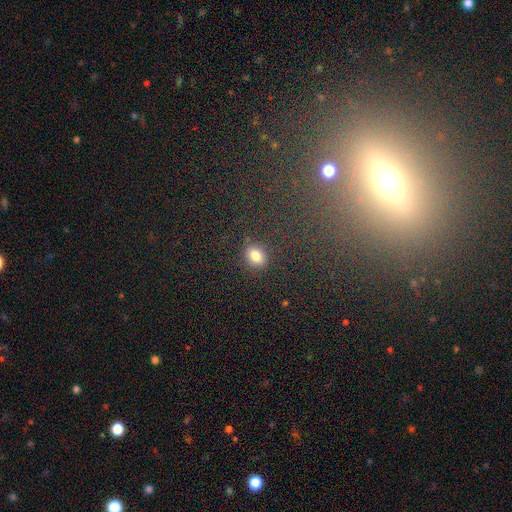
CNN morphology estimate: This appears to be a smooth galaxy with no disk features (80%) that is in between round and cigar-shaped (55%). Merging: none (81%).